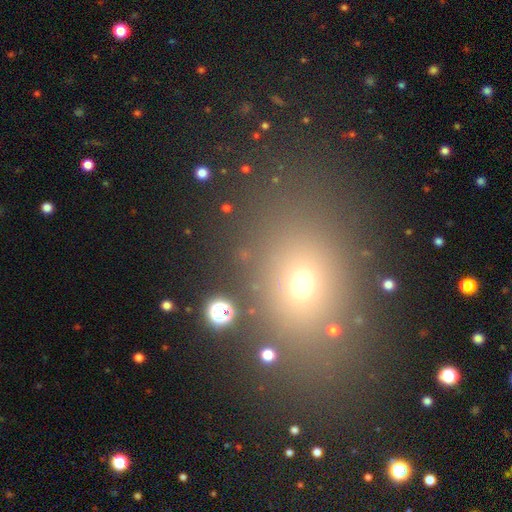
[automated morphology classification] type=smooth (60%); roundness=in between (58%); merging=none (83%).